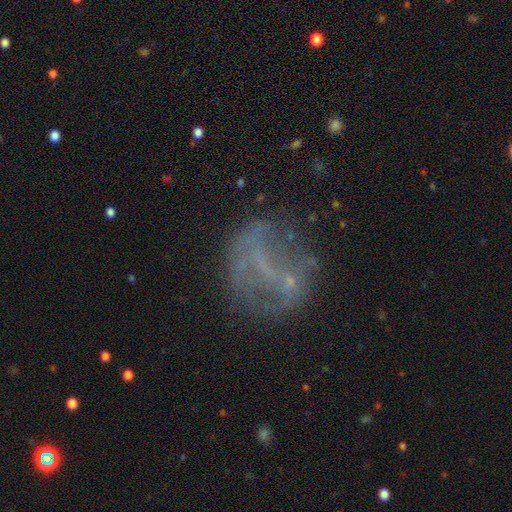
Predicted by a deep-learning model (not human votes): Smooth or featured?
  - featured or disk: 56% *
  - smooth: 27%
  - star or artifact: 17%
Edge-on disk?
  - no: 97% *
  - yes: 3%
Bar?
  - no: 52% *
  - weak: 29%
  - strong: 19%
Spiral arms?
  - no: 66% *
  - yes: 34%
Bulge size?
  - none: 65% *
  - small: 27%
  - moderate: 6%
  - large: 1%
  - dominant: 1%
Merging?
  - none: 56% *
  - major disturbance: 20%
  - minor disturbance: 19%
  - merger: 5%